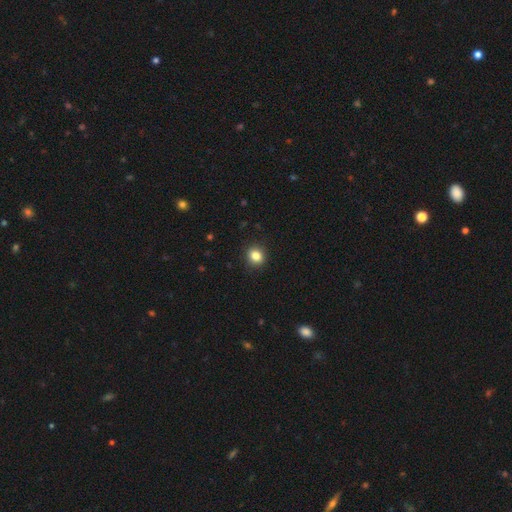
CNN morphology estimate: Smooth or featured? smooth (84%)
How rounded? round (77%)
Merging? none (90%)